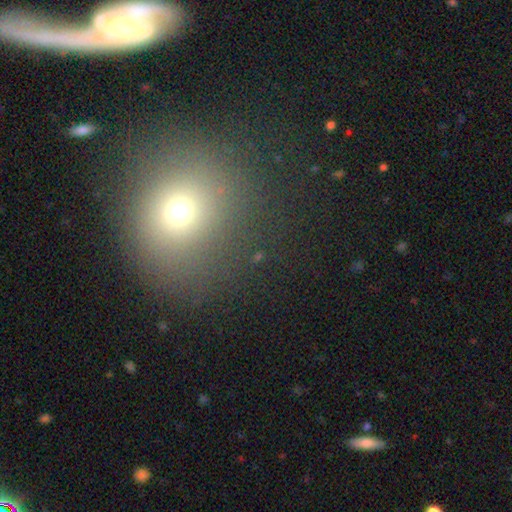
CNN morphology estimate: smooth_or_featured: smooth (p=0.62) [alt: star or artifact p=0.26]
how_rounded: round (p=0.82) [alt: in between p=0.17]
merging: none (p=0.78) [alt: minor disturbance p=0.11]